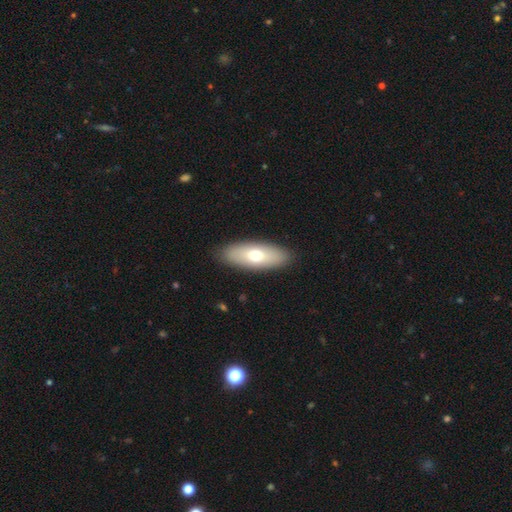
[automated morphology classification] The model was most divided on "smooth or featured": smooth: 67%, featured or disk: 26%, star or artifact: 6%. More confident: merging — none (88%); how rounded — in between (76%).